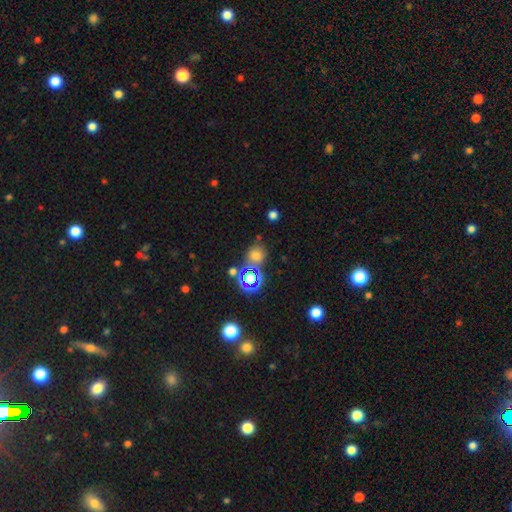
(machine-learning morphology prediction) smooth-or-featured: smooth: 62% | star or artifact: 30% | featured or disk: 8%
  how-rounded: round: 75% | in between: 24% | cigar-shaped: 1%
  merging: none: 68% | merger: 14% | minor disturbance: 13% | major disturbance: 5%